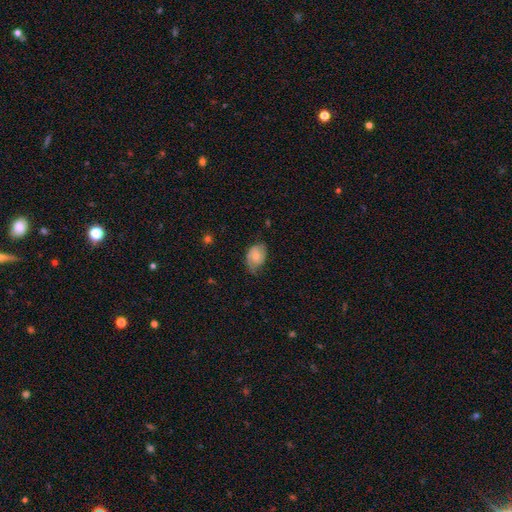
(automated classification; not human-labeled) Smooth or featured? smooth (60%)
How rounded? in between (76%)
Merging? none (50%)